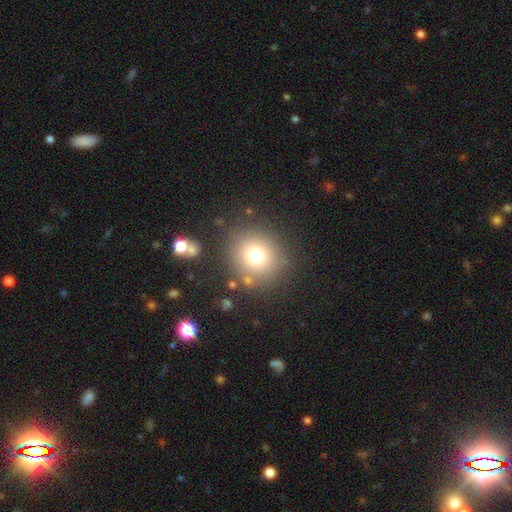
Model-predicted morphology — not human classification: A smooth galaxy with no disk features (73%) that is round (89%).

Vote fractions:
- Smooth or featured? smooth: 73% / star or artifact: 16% / featured or disk: 11%
- How rounded? round: 89% / in between: 10% / cigar-shaped: 1%
- Merging? none: 83% / minor disturbance: 9% / major disturbance: 4% / merger: 4%